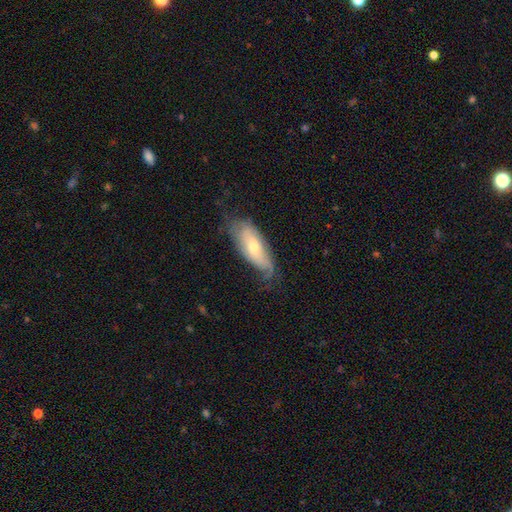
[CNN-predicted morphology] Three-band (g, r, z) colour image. It shows a smooth galaxy with no disk features (45%). Merging: none (66%).